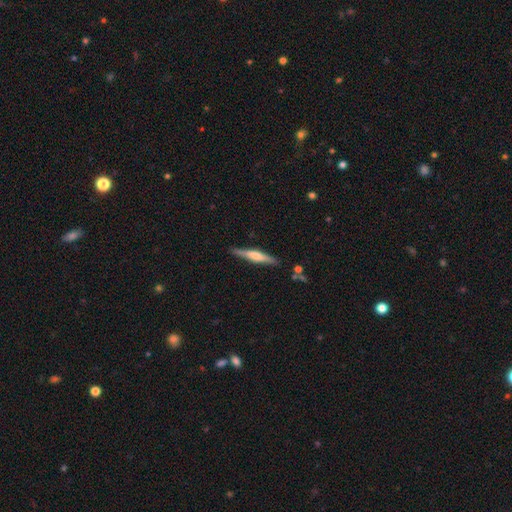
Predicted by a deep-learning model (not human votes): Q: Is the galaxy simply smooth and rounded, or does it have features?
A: featured or disk — 55%.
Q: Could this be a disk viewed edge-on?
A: yes — 96%.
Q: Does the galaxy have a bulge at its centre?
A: rounded — 57%.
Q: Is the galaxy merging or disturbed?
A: none — 87%.